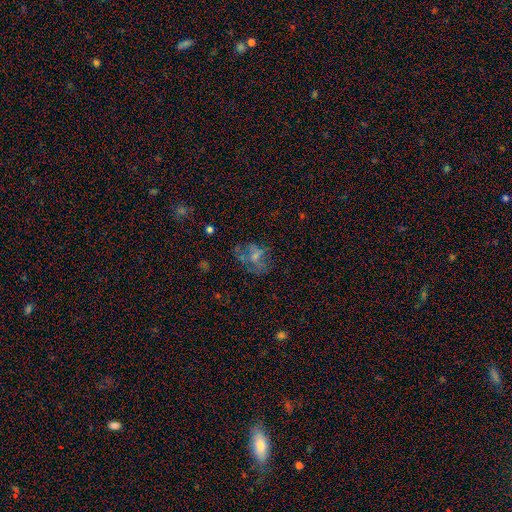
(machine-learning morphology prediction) Smooth or featured? featured or disk (41%)
Merging? none (44%)